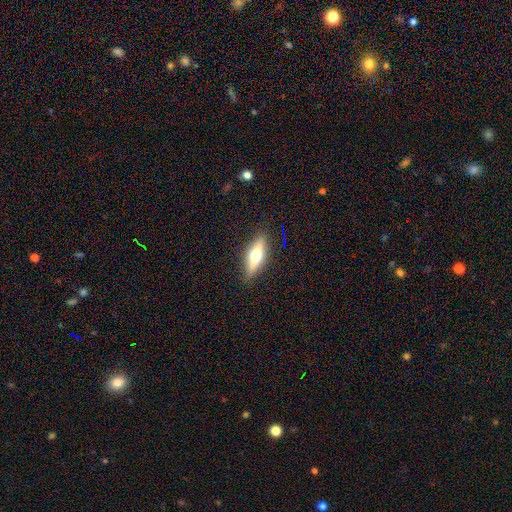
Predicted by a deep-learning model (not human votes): smooth-or-featured: featured or disk: 49% | smooth: 44% | star or artifact: 7%
  merging: none: 87% | minor disturbance: 9% | major disturbance: 2% | merger: 1%